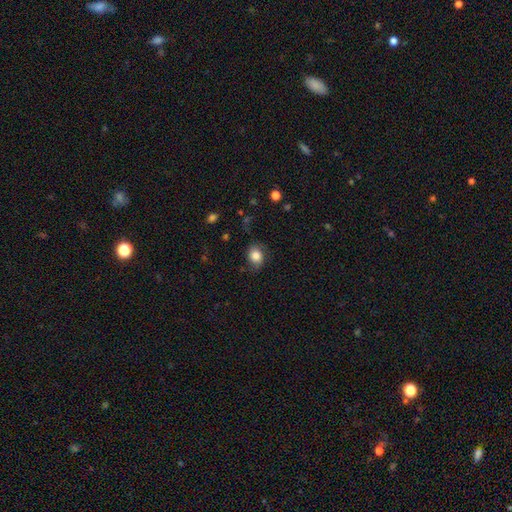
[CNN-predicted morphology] This appears to be a smooth galaxy with no disk features (80%) that is round (50%). Merging: none (69%).